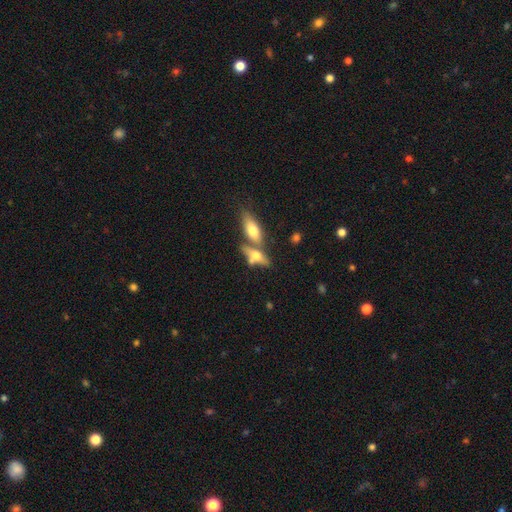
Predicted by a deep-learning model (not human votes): The model was most divided on "merging": merger: 46%, none: 39%, minor disturbance: 10%, major disturbance: 5%. More confident: how rounded — in between (57%); smooth or featured — smooth (51%).